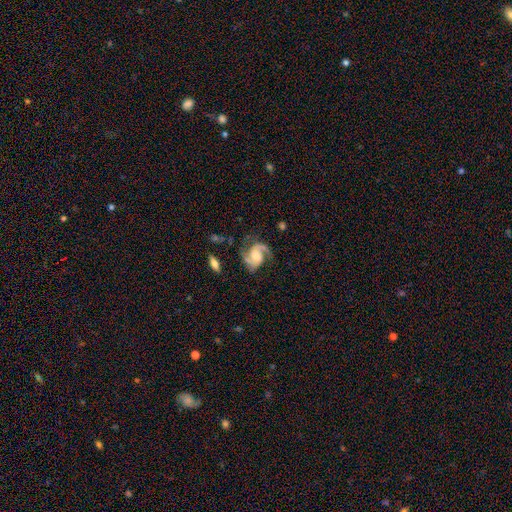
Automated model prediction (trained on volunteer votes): smooth-or-featured: featured or disk: 89% | smooth: 6% | star or artifact: 5%
  disk-edge-on: no: 98% | yes: 2%
    bar: no: 58% | weak: 33% | strong: 9%
    has-spiral-arms: yes: 98% | no: 2%
      spiral-winding: medium: 57% | loose: 23% | tight: 20%
      spiral-arm-count: 2: 91% | 1: 3% | can't tell: 2% | 3: 2% | 4: 1% | more than 4: 1%
    bulge-size: moderate: 36% | small: 27% | none: 19% | large: 16% | dominant: 2%
  merging: none: 70% | minor disturbance: 17% | major disturbance: 10% | merger: 2%